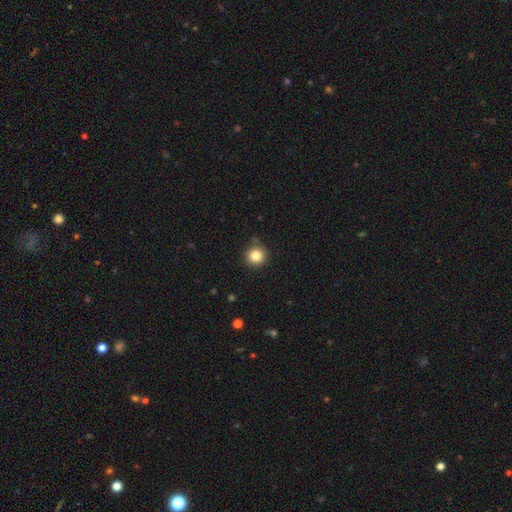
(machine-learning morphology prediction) type=smooth (83%); roundness=round (94%); merging=none (86%).